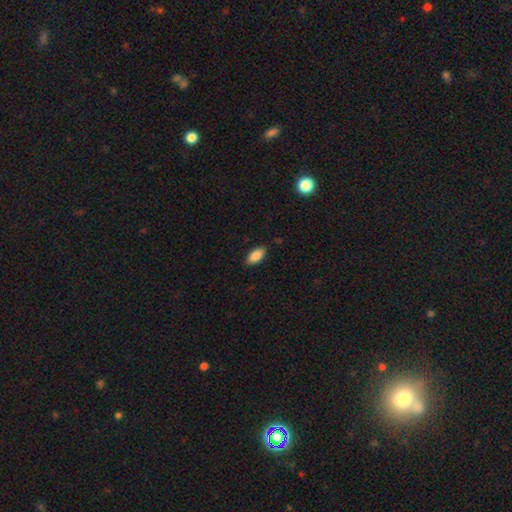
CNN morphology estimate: smooth 87%, star or artifact 7%, featured or disk 6%. Down the decision tree: how rounded — in between (92%); merging — none (85%).